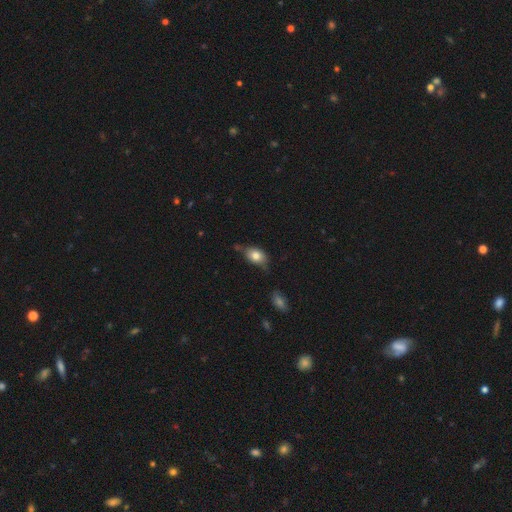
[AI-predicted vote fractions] smooth-or-featured: smooth: 78% | featured or disk: 14% | star or artifact: 8%
  how-rounded: in between: 80% | round: 17% | cigar-shaped: 3%
  merging: none: 50% | minor disturbance: 33% | merger: 9% | major disturbance: 8%